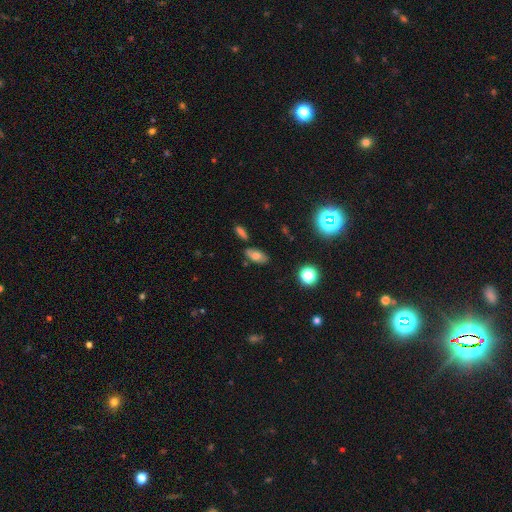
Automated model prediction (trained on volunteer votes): A smooth galaxy with no disk features (64%) that is in between round and cigar-shaped (86%). Merging: none (74%).